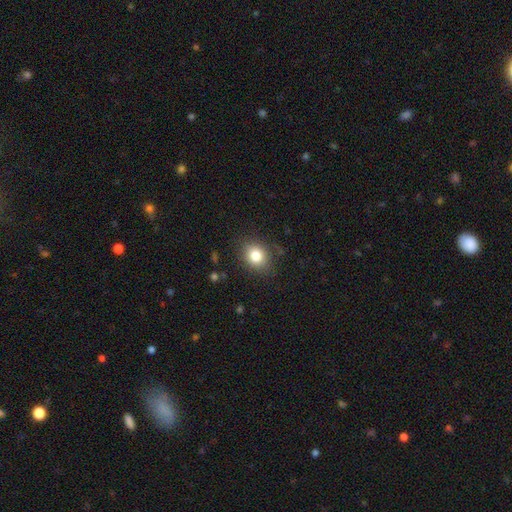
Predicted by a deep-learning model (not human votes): Overall: smooth (81%). How rounded: round (59%; in between 40%). Merging: none (83%).